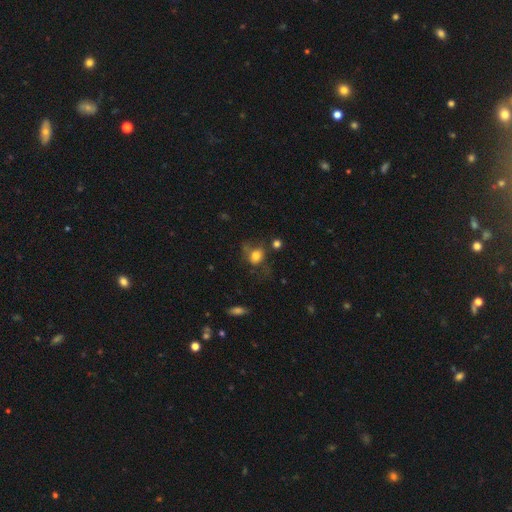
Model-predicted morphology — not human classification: Smooth or featured?
  - smooth: 68% *
  - featured or disk: 20%
  - star or artifact: 12%
How rounded?
  - round: 53% *
  - in between: 45%
  - cigar-shaped: 2%
Merging?
  - none: 46% *
  - minor disturbance: 25%
  - major disturbance: 23%
  - merger: 6%